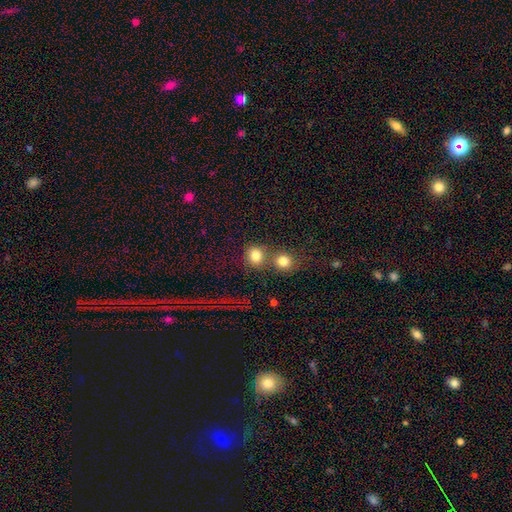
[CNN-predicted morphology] smooth_or_featured: smooth (p=0.81) [alt: star or artifact p=0.11]
how_rounded: round (p=0.82) [alt: in between p=0.17]
merging: none (p=0.49) [alt: merger p=0.40]